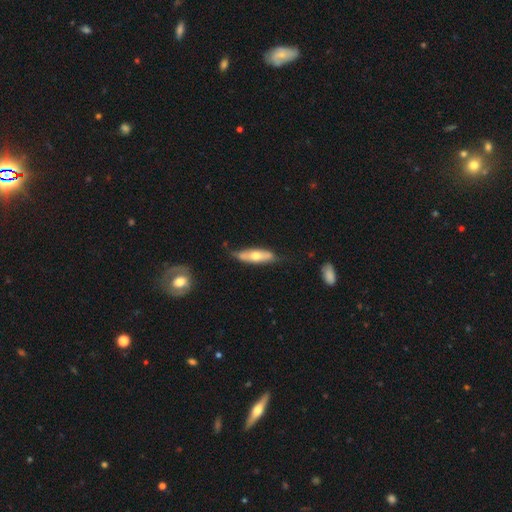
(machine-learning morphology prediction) Smooth or featured? Predicted: smooth (p=0.51). How rounded? Predicted: cigar-shaped (p=0.52). Merging? Predicted: none (p=0.69).